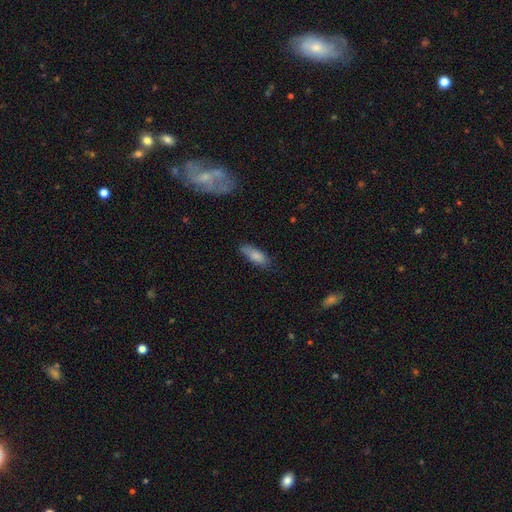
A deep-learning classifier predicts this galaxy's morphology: Overall: smooth (83%). How rounded: in between (71%). Merging: none (68%).